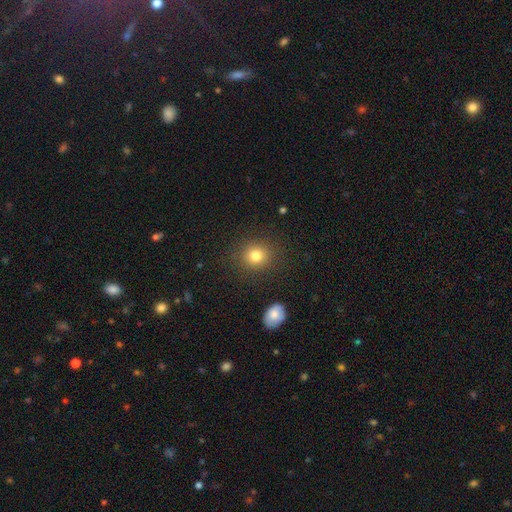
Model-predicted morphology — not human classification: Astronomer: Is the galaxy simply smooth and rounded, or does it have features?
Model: smooth — 81%.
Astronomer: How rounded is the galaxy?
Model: round — 81%.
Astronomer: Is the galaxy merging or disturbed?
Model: none — 86%.